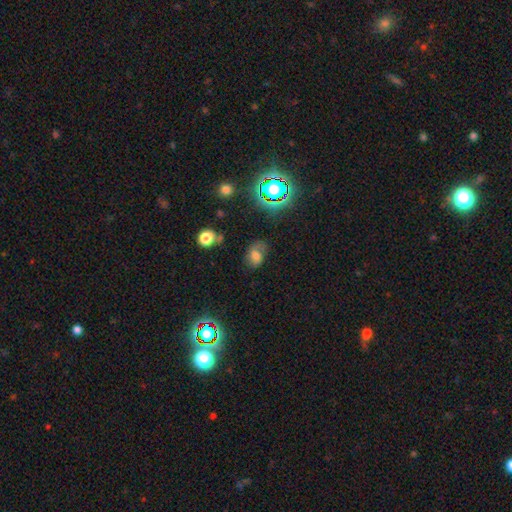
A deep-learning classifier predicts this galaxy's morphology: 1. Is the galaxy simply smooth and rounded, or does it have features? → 57% smooth, 25% featured or disk, 18% star or artifact.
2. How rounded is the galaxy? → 74% in between, 25% round, 1% cigar-shaped.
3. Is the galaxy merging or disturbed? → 51% none, 28% minor disturbance, 17% major disturbance, 4% merger.